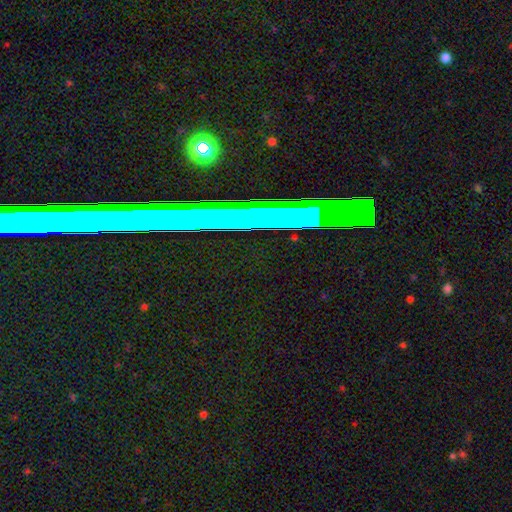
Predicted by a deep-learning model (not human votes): This appears to be a star or artifact, not a galaxy (64%).